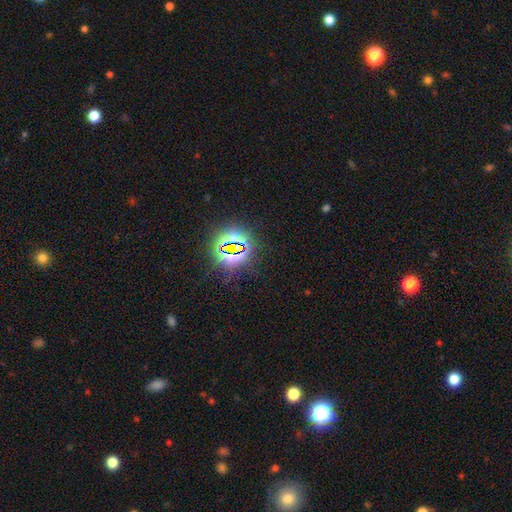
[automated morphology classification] Q: Smooth or featured?
A: star or artifact (76%); runner-up: smooth (16%)